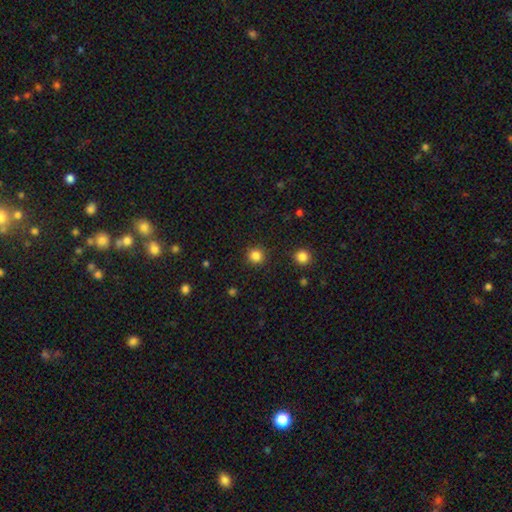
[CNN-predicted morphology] This is clearly a smooth galaxy (84%). How rounded: clearly round (94%). Merging: clearly none (91%).